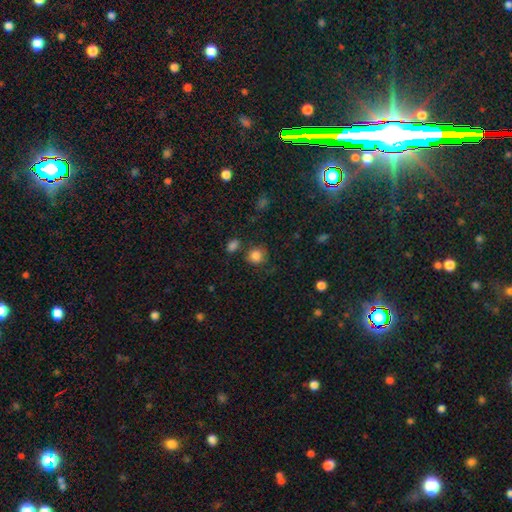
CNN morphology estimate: Smooth or featured? smooth (83%)
How rounded? round (84%)
Merging? none (69%)